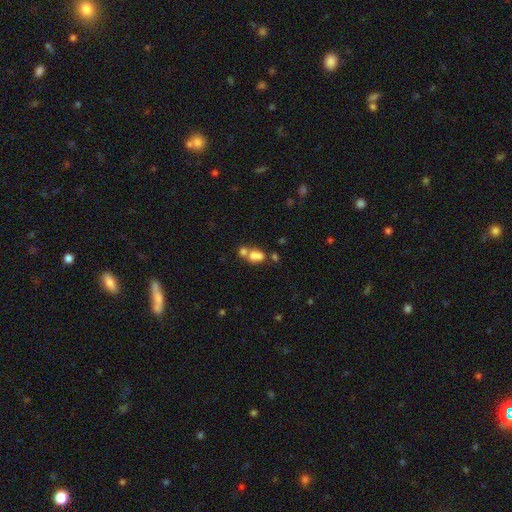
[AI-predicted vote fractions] Smooth or featured? smooth (71%)
How rounded? in between (71%)
Merging? merger (61%)